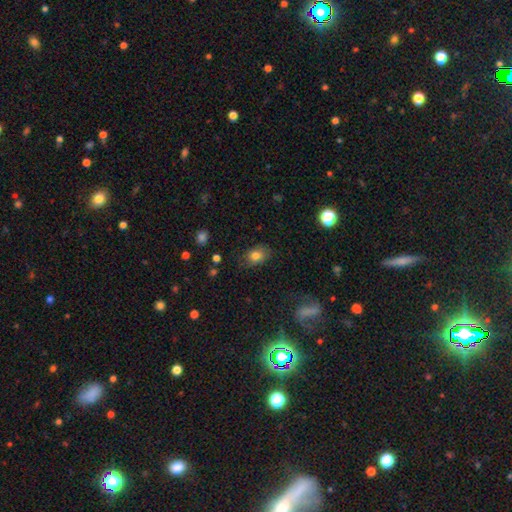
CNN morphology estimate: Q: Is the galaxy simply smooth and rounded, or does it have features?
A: smooth — 79%.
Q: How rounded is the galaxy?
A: in between — 68%.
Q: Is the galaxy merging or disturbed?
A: none — 74%.